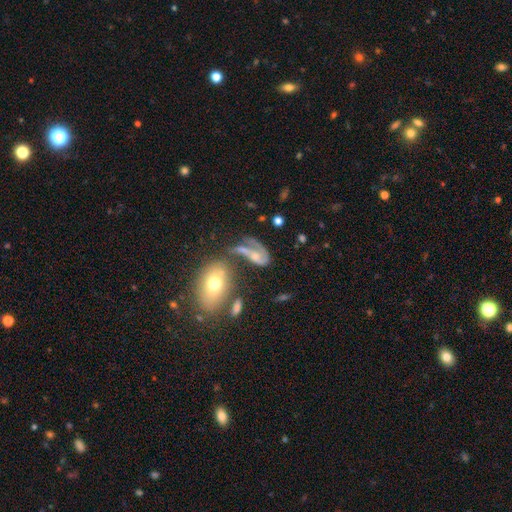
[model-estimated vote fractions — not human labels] A featured or disk galaxy (61%) with no bar (58%), spiral arms (70%) and a moderate central bulge (37%). Merging: major disturbance (32%).